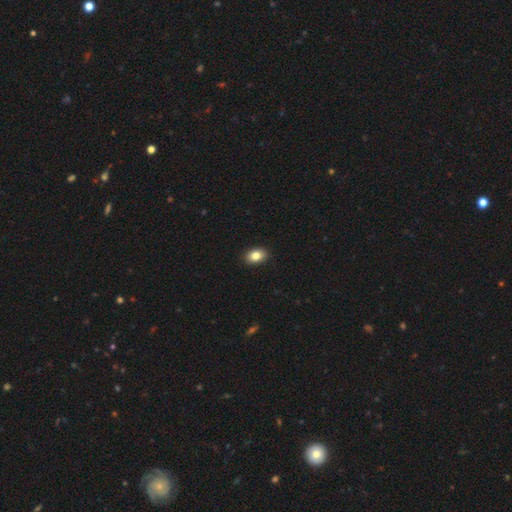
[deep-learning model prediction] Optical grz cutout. It shows a smooth galaxy with no disk features (83%) that is in between round and cigar-shaped (81%). Merging: none (91%).